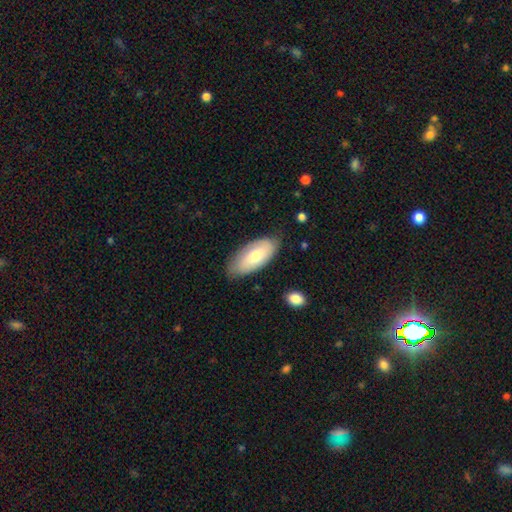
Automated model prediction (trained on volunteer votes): Overall: smooth (69%). How rounded: in between (91%). Merging: none (73%).